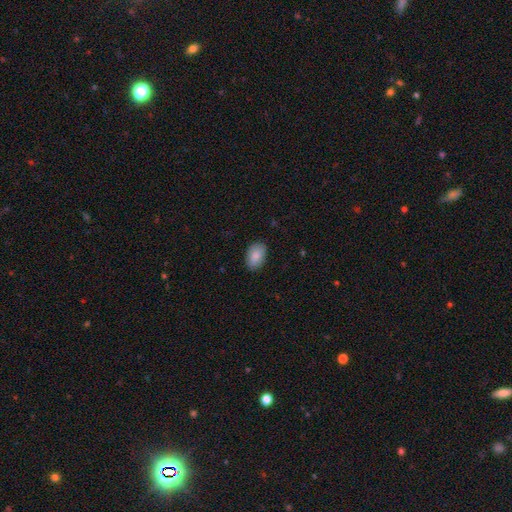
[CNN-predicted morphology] This appears to be a smooth galaxy with no disk features (87%) that is in between round and cigar-shaped (91%). Merging: none (85%).